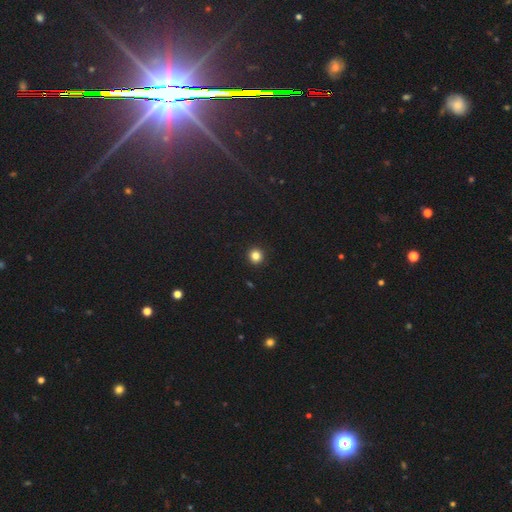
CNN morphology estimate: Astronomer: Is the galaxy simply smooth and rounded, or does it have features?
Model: smooth — 83%.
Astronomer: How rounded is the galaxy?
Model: round — 94%.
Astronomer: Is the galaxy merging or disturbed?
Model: none — 94%.